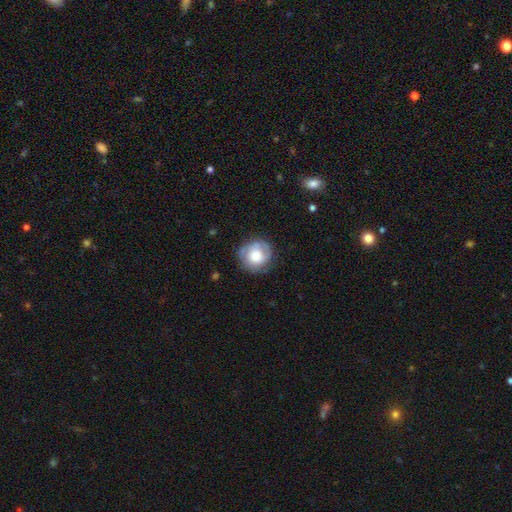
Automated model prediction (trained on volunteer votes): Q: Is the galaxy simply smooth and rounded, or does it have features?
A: smooth — 53%.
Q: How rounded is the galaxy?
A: round — 89%.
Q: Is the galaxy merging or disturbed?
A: none — 72%.